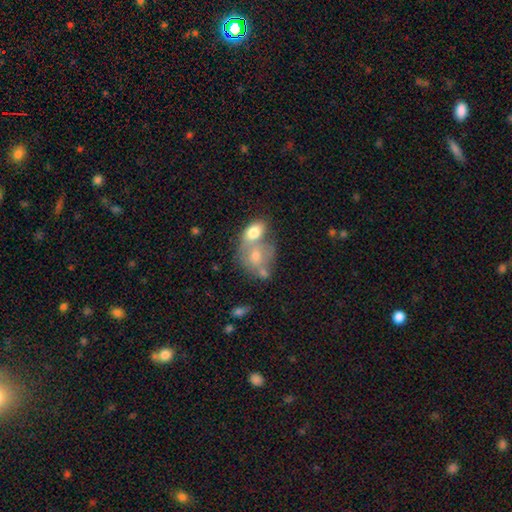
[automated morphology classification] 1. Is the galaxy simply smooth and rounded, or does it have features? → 64% smooth, 26% featured or disk, 10% star or artifact.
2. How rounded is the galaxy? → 54% in between, 44% round, 2% cigar-shaped.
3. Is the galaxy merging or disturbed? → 65% merger, 21% none, 8% minor disturbance, 5% major disturbance.